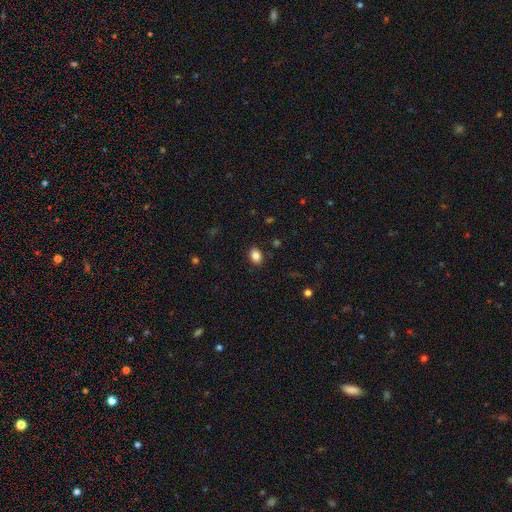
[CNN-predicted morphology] smooth 86%, star or artifact 10%, featured or disk 4%. Down the decision tree: how rounded — in between (72%); merging — none (87%).